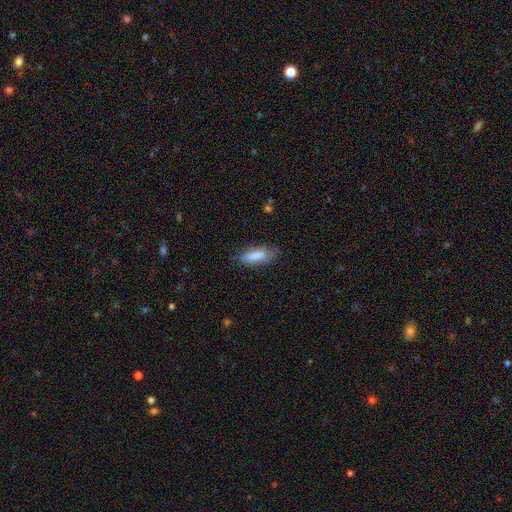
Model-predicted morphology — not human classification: Smooth or featured? smooth (79%)
How rounded? in between (64%)
Merging? none (64%)